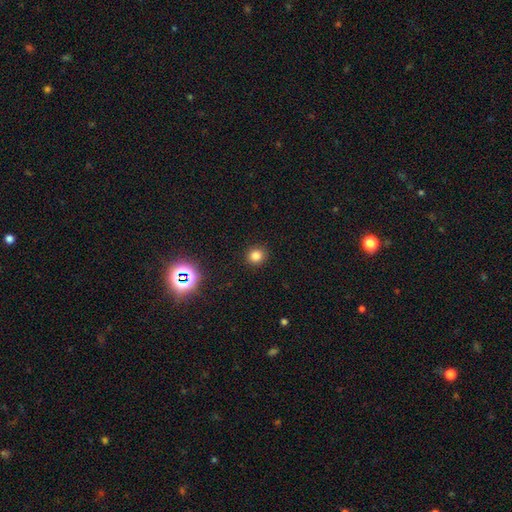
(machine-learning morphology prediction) smooth-or-featured: smooth: 79% | star or artifact: 16% | featured or disk: 5%
  how-rounded: round: 89% | in between: 11% | cigar-shaped: 1%
  merging: none: 91% | minor disturbance: 5% | major disturbance: 2% | merger: 1%